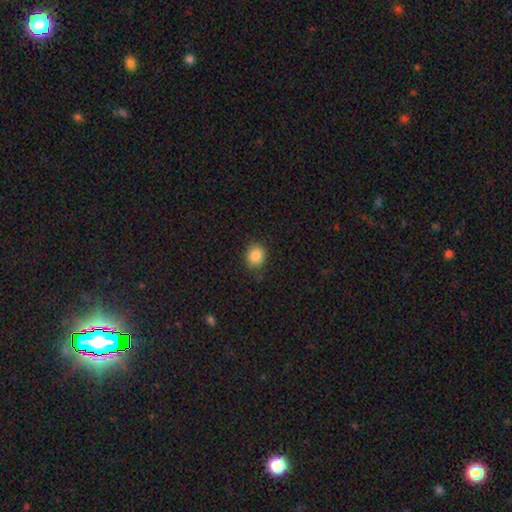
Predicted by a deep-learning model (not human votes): A smooth galaxy with no disk features (86%) that is round (64%). Merging: none (82%).